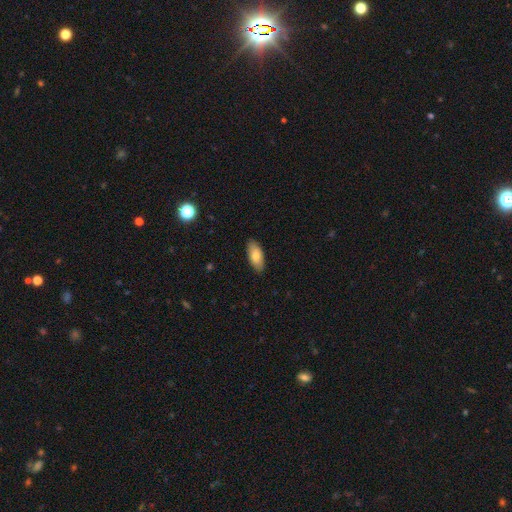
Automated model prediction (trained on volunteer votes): Smooth or featured?
  - smooth: 76% *
  - featured or disk: 18%
  - star or artifact: 6%
How rounded?
  - in between: 88% *
  - cigar-shaped: 10%
  - round: 2%
Merging?
  - none: 87% *
  - minor disturbance: 10%
  - major disturbance: 2%
  - merger: 1%